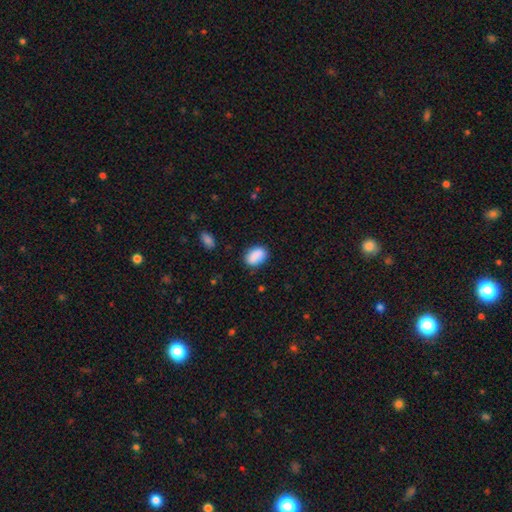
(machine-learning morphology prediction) The model was most divided on "merging": none: 79%, minor disturbance: 15%, major disturbance: 4%, merger: 2%. More confident: smooth or featured — smooth (87%); how rounded — in between (84%).